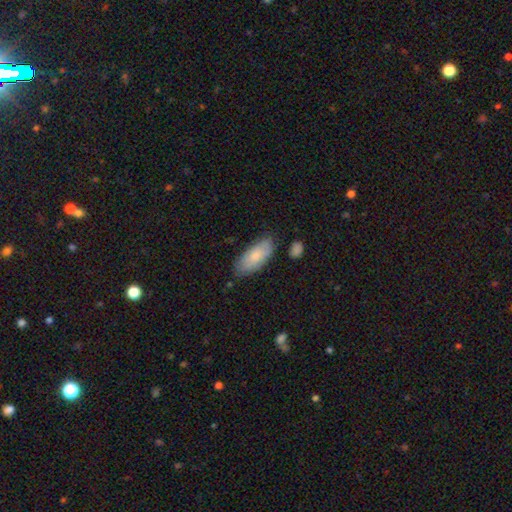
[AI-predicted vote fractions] Q: Smooth or featured?
A: smooth (79%); runner-up: featured or disk (16%)
Q: How rounded?
A: in between (85%); runner-up: cigar-shaped (13%)
Q: Merging?
A: none (75%); runner-up: minor disturbance (19%)